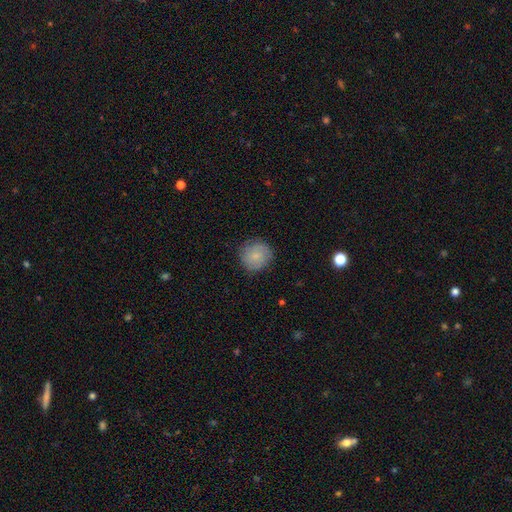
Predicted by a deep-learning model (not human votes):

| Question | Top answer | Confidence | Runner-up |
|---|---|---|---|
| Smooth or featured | smooth | 75% | featured or disk (17%) |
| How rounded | round | 91% | in between (8%) |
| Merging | none | 81% | minor disturbance (15%) |